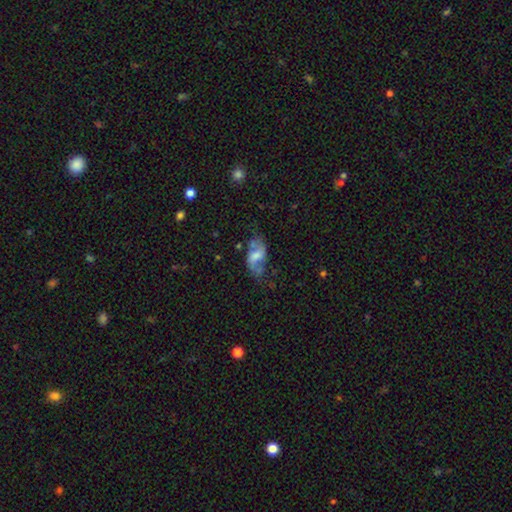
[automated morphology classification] Smooth or featured? featured or disk (62%)
Edge-on disk? no (94%)
Bar? weak (48%)
Spiral arms? yes (79%)
Bulge size? moderate (38%)
Merging? none (53%)